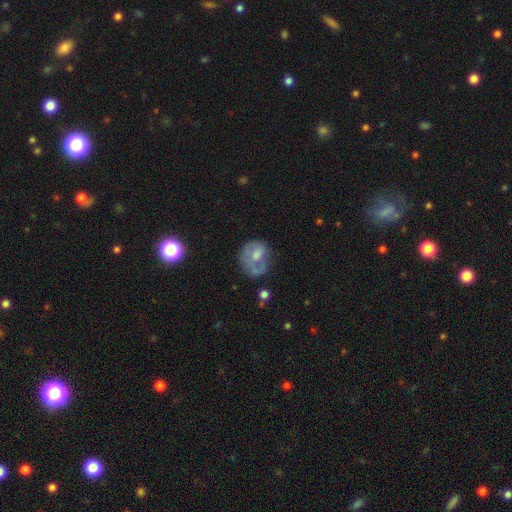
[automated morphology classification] Smooth or featured? Predicted: smooth (p=0.49). Merging? Predicted: none (p=0.38).